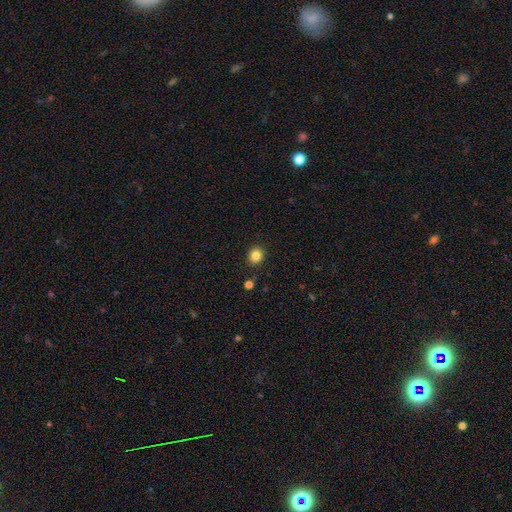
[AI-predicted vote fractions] The model was most divided on "how rounded": round: 80%, in between: 19%, cigar-shaped: 1%. More confident: merging — none (89%); smooth or featured — smooth (84%).